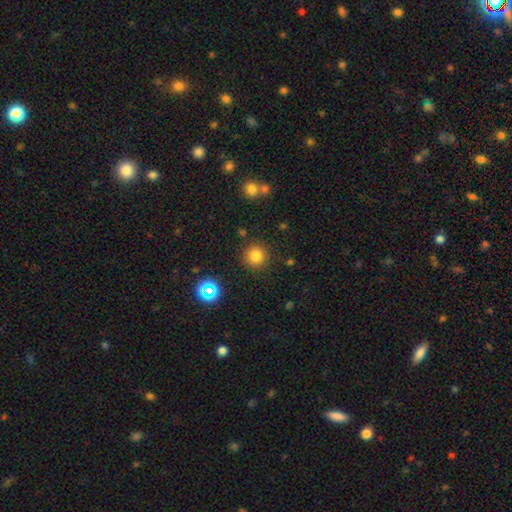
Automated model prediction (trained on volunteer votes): This appears to be a smooth galaxy with no disk features (80%) that is round (94%). Merging: none (88%).